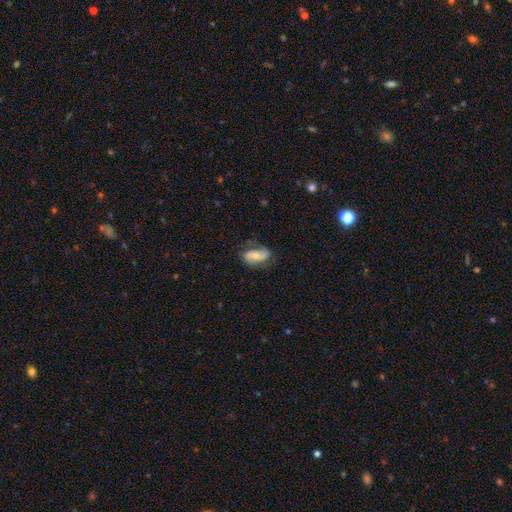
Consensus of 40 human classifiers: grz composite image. It shows a featured or disk galaxy (60%) with no bar (48%), 2 (87%) loose (53%) spiral arms (65%) and a moderate central bulge (65%). Merging: none (64%).